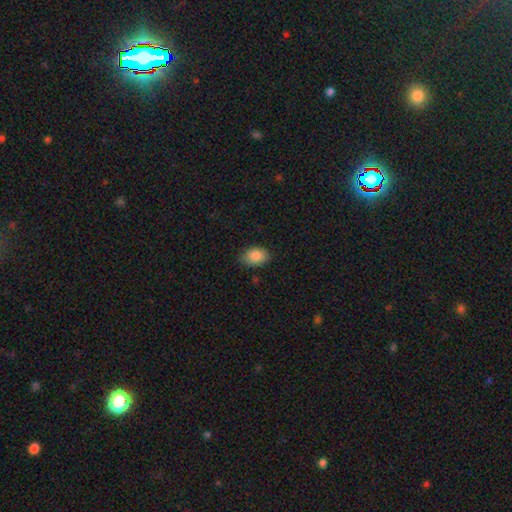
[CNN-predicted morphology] The model was most divided on "merging": none: 80%, minor disturbance: 16%, major disturbance: 3%, merger: 1%. More confident: smooth or featured — smooth (87%); how rounded — in between (85%).